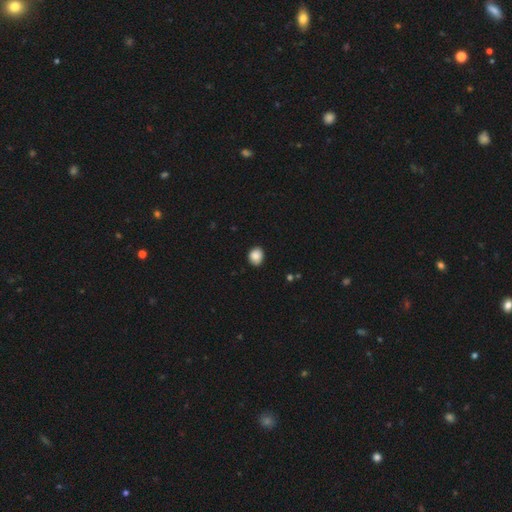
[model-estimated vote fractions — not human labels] Smooth or featured: smooth — 87% (star or artifact — 9%)
How rounded: round — 68% (in between — 31%)
Merging: none — 88% (minor disturbance — 9%)